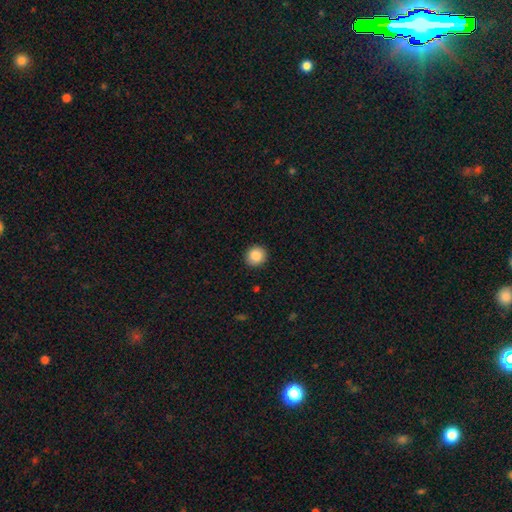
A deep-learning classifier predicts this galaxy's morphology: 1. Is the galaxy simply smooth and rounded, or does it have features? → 86% smooth, 9% star or artifact, 5% featured or disk.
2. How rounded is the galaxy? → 92% round, 7% in between, 1% cigar-shaped.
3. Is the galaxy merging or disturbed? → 93% none, 5% minor disturbance, 2% major disturbance, 1% merger.